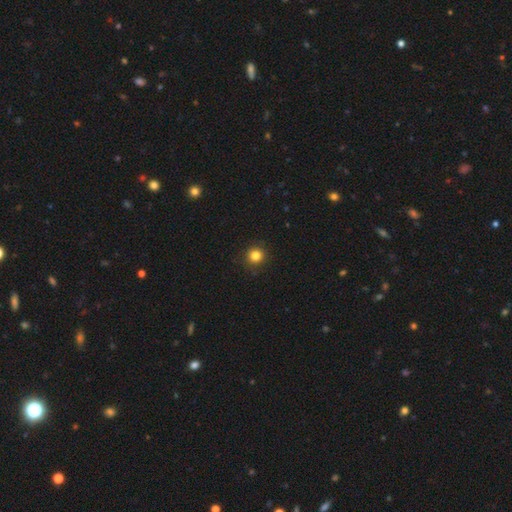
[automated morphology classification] Q: Smooth or featured?
A: smooth (83%); runner-up: star or artifact (13%)
Q: How rounded?
A: round (94%); runner-up: in between (5%)
Q: Merging?
A: none (91%); runner-up: minor disturbance (6%)